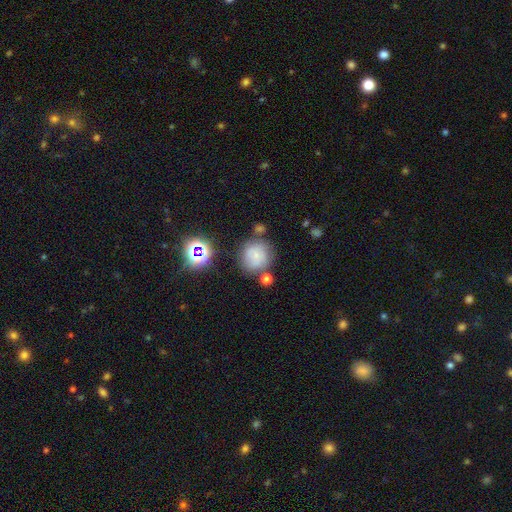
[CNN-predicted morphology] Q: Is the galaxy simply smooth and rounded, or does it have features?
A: smooth — 70%.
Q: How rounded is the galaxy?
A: round — 90%.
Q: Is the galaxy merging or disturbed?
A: none — 65%.